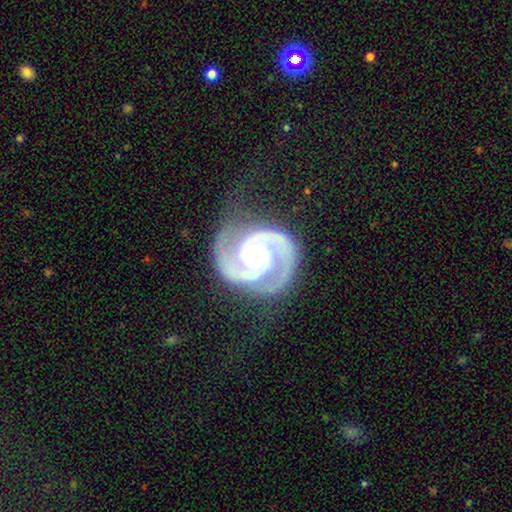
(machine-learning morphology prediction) Smooth or featured? featured or disk (94%)
Edge-on disk? no (98%)
Bar? no (63%)
Spiral arms? yes (99%)
Spiral winding? tight (55%)
Spiral arm count? 2 (93%)
Bulge size? moderate (60%)
Merging? none (72%)